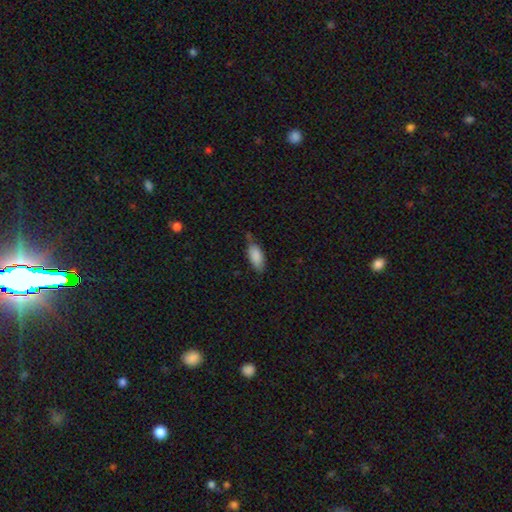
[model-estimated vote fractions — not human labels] A smooth galaxy with no disk features (87%) that is in between round and cigar-shaped (86%). Merging: none (57%).